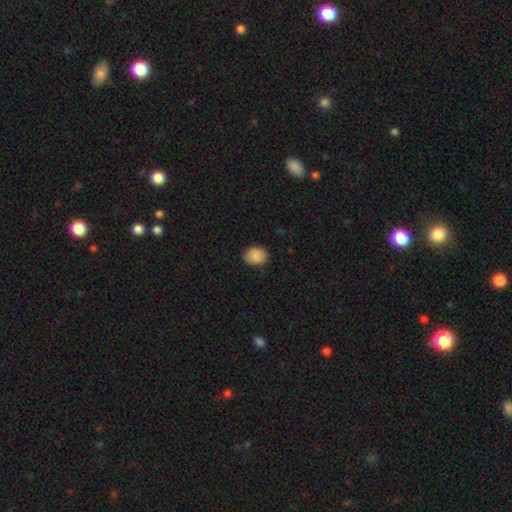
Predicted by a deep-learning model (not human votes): This appears to be a smooth galaxy with no disk features (89%) that is in between round and cigar-shaped (50%). Merging: none (85%).